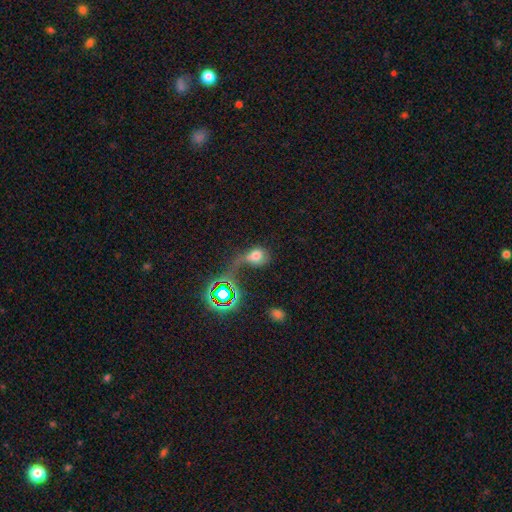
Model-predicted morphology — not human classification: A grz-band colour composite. It shows a smooth galaxy with no disk features (60%) that is round (61%). Merging: major disturbance (33%).